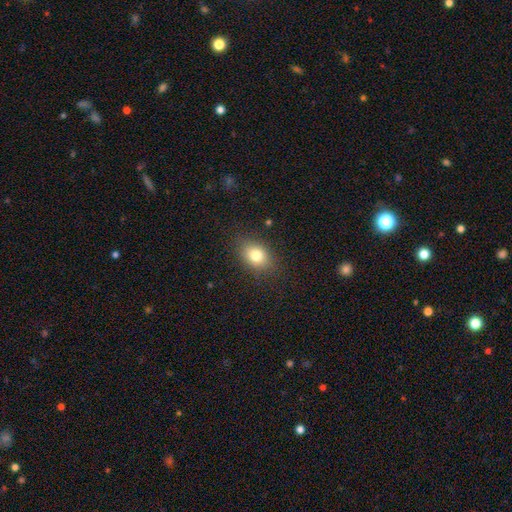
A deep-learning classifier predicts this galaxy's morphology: Smooth or featured? smooth (80%)
How rounded? in between (70%)
Merging? none (84%)